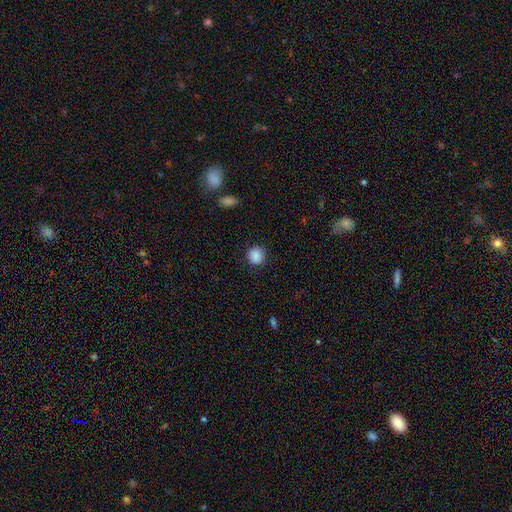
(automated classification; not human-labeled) Q: Smooth or featured?
A: smooth (88%); runner-up: star or artifact (9%)
Q: How rounded?
A: round (90%); runner-up: in between (9%)
Q: Merging?
A: none (89%); runner-up: minor disturbance (8%)